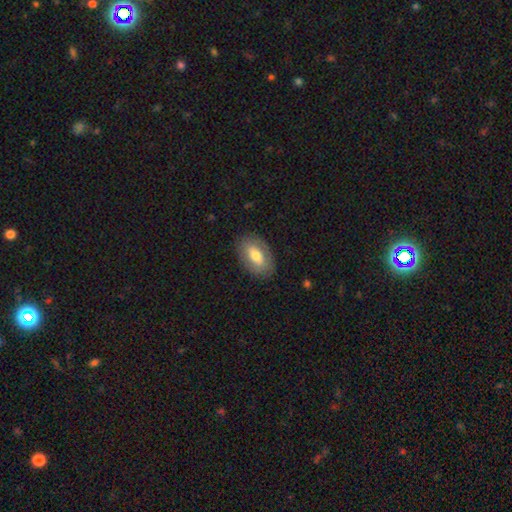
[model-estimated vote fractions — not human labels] This is likely a smooth galaxy (62%). How rounded: clearly in between (91%). Merging: clearly none (84%).